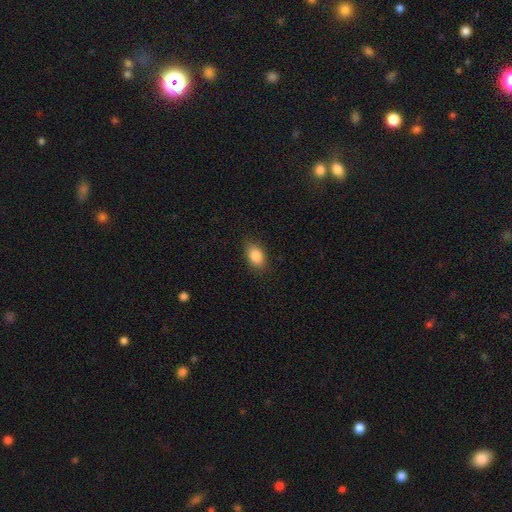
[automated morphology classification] smooth_or_featured: smooth (p=0.86) [alt: star or artifact p=0.08]
how_rounded: in between (p=0.84) [alt: round p=0.14]
merging: none (p=0.83) [alt: minor disturbance p=0.13]